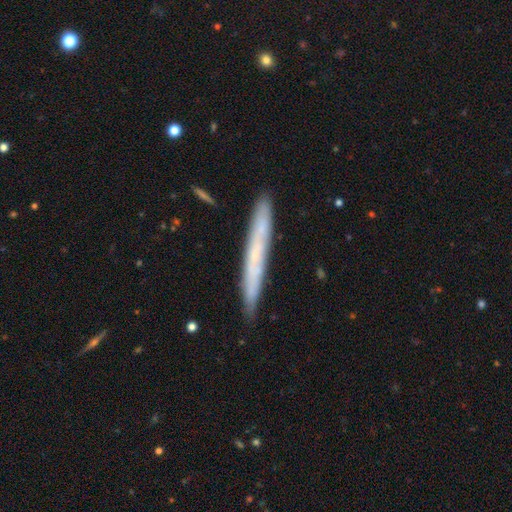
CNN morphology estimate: Smooth or featured: featured or disk — 48% (smooth — 45%)
Merging: none — 87% (minor disturbance — 10%)